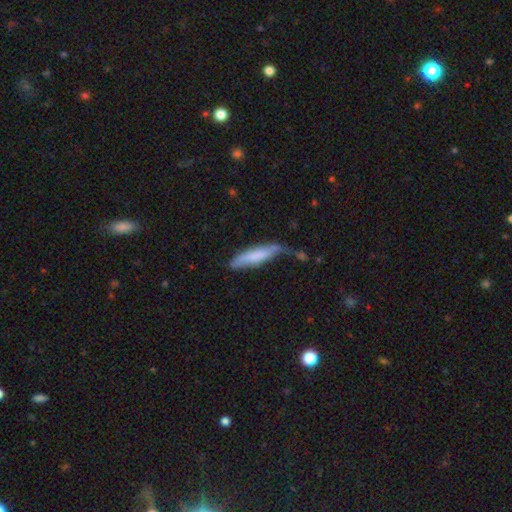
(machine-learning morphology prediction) smooth_or_featured: smooth (p=0.68) [alt: featured or disk p=0.26]
how_rounded: cigar-shaped (p=0.75) [alt: in between p=0.23]
merging: minor disturbance (p=0.36) [alt: none p=0.35]